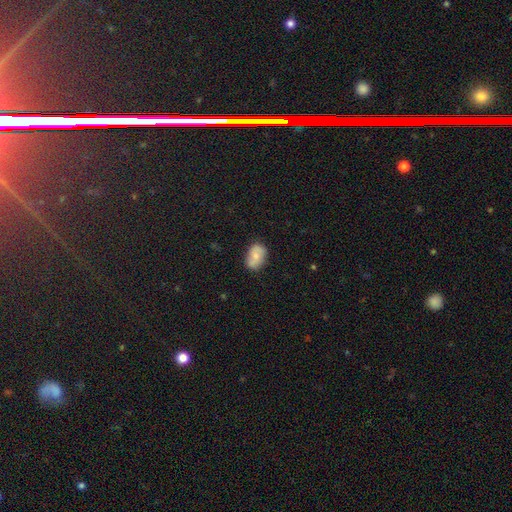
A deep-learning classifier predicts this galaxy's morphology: The model was most divided on "smooth or featured": smooth: 68%, featured or disk: 24%, star or artifact: 8%. More confident: how rounded — in between (83%); merging — none (77%).